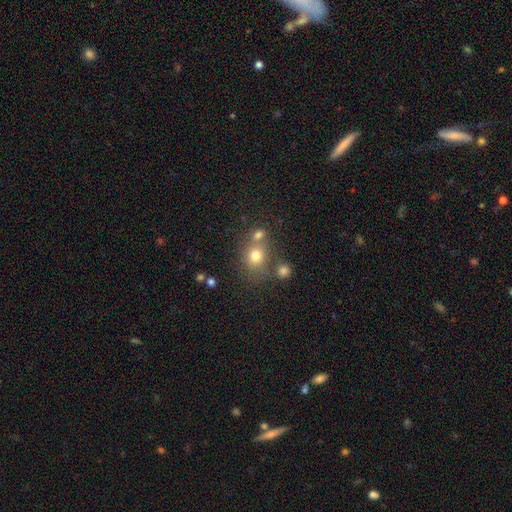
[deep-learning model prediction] Q: Smooth or featured?
A: smooth (74%); runner-up: star or artifact (15%)
Q: How rounded?
A: round (67%); runner-up: in between (32%)
Q: Merging?
A: none (56%); runner-up: merger (27%)